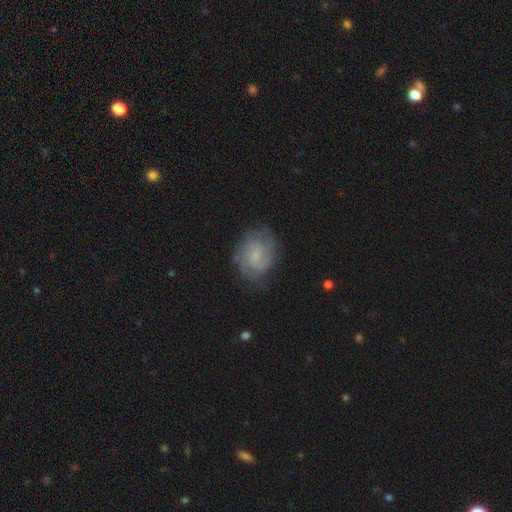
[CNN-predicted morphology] type=featured or disk (73%); edge-on=no (98%); bar=no (63%); spiral arms=yes (93%); winding=tight (52%); arm count=2 (46%); bulge=small (66%); merging=none (72%).